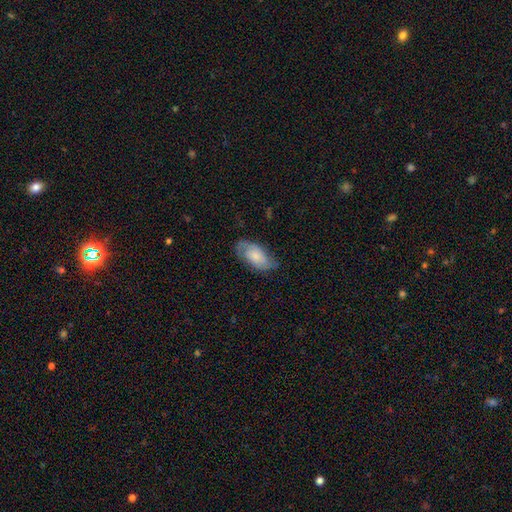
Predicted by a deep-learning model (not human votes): Smooth or featured: smooth — 48% (featured or disk — 45%)
Merging: none — 64% (minor disturbance — 26%)